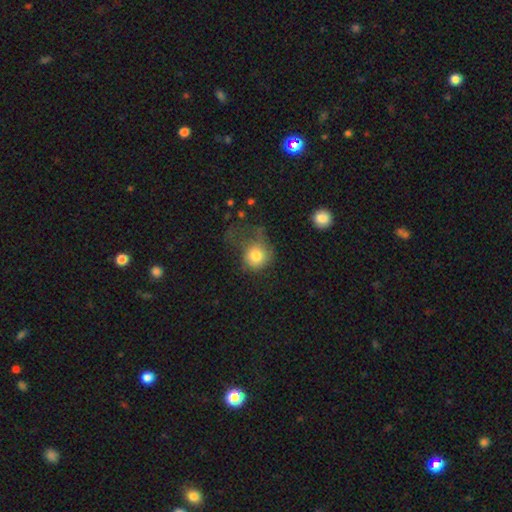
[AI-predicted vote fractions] smooth_or_featured: smooth (p=0.78) [alt: featured or disk p=0.13]
how_rounded: round (p=0.79) [alt: in between p=0.20]
merging: major disturbance (p=0.45) [alt: none p=0.28]